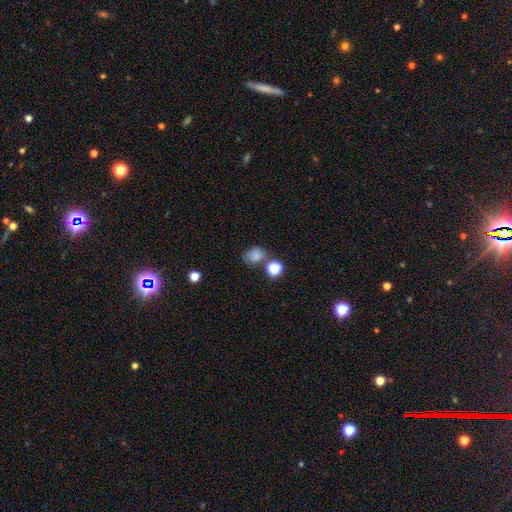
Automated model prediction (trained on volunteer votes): A smooth galaxy with no disk features (78%) that is in between round and cigar-shaped (57%).

Vote fractions:
- Smooth or featured? smooth: 78% / star or artifact: 14% / featured or disk: 8%
- How rounded? in between: 57% / round: 42% / cigar-shaped: 1%
- Merging? none: 58% / minor disturbance: 19% / merger: 17% / major disturbance: 7%